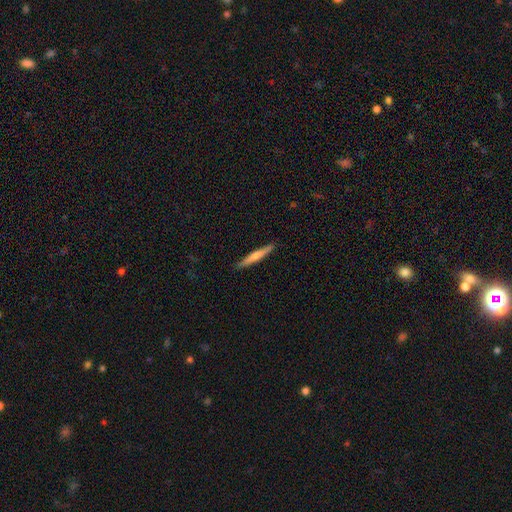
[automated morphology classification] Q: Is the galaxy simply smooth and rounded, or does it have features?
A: smooth — 59%.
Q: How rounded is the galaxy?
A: cigar-shaped — 95%.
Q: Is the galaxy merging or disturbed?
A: none — 90%.